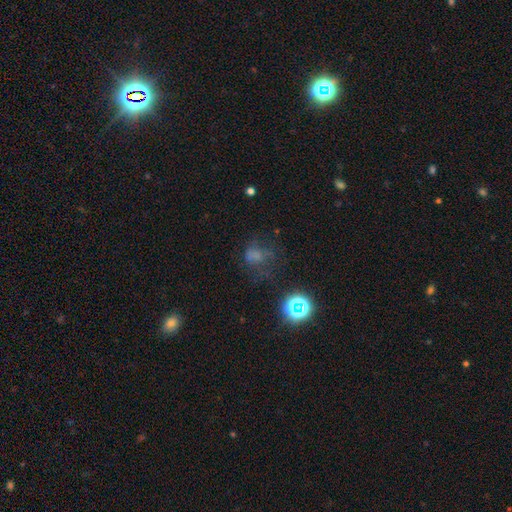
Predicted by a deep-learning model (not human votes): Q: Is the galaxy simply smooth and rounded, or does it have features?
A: smooth — 46%.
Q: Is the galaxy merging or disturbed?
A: none — 45%.